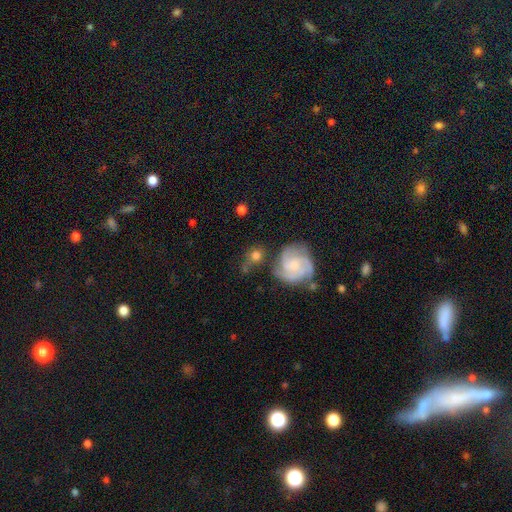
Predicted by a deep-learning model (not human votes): This appears to be a featured or disk galaxy (47%). Merging: none (56%).